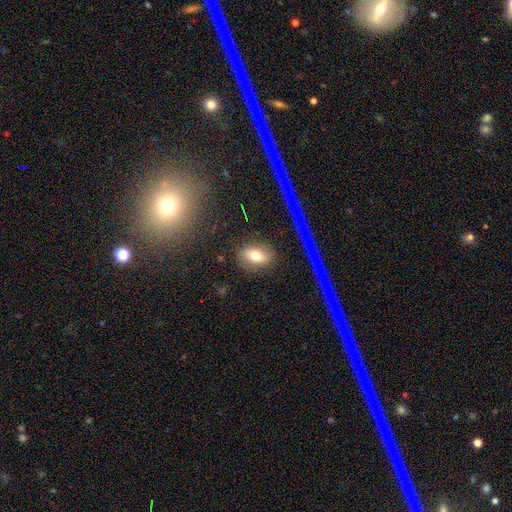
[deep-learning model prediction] Smooth or featured? smooth (71%)
How rounded? in between (78%)
Merging? none (83%)